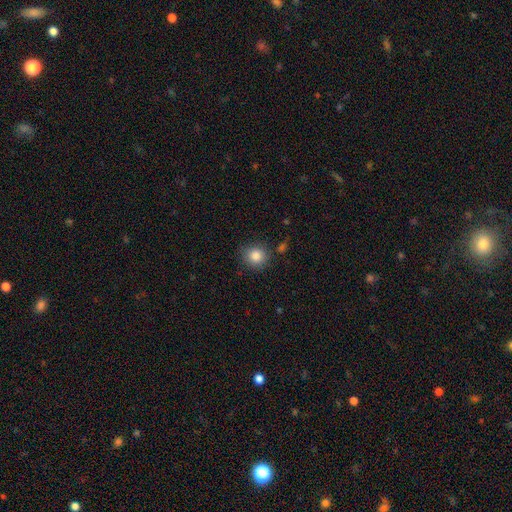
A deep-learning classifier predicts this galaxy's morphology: A smooth galaxy with no disk features (85%) that is round (87%).

Vote fractions:
- Smooth or featured? smooth: 85% / star or artifact: 10% / featured or disk: 5%
- How rounded? round: 87% / in between: 12% / cigar-shaped: 1%
- Merging? none: 81% / minor disturbance: 12% / major disturbance: 4% / merger: 3%